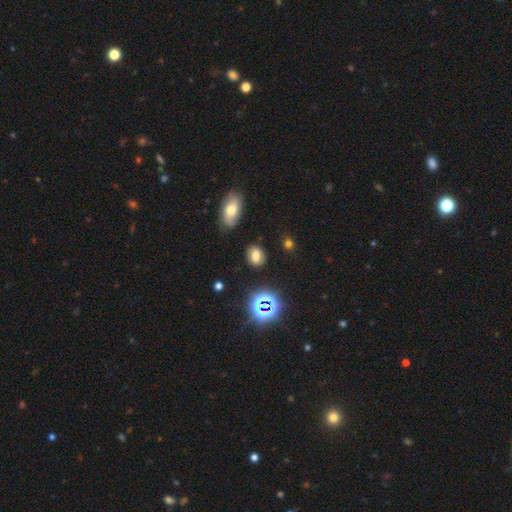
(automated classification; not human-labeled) smooth 68%, star or artifact 21%, featured or disk 12%. Down the decision tree: how rounded — in between (71%); merging — none (82%).